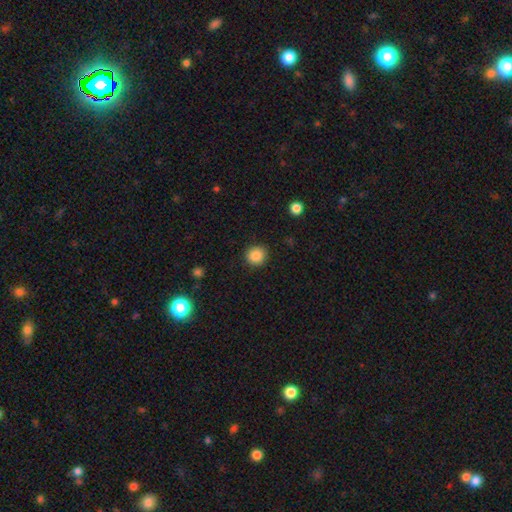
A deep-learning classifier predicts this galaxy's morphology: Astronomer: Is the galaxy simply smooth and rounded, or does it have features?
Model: smooth — 87%.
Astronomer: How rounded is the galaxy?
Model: round — 92%.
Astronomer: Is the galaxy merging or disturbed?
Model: none — 90%.